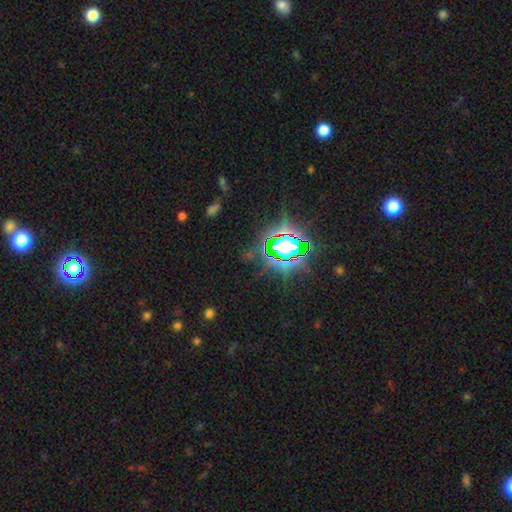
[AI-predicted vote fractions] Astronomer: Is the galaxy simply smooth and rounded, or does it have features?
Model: star or artifact — 81%.